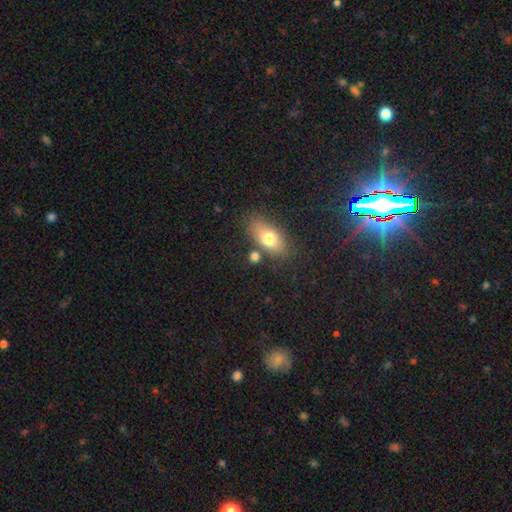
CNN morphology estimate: smooth-or-featured: smooth: 65% | featured or disk: 18% | star or artifact: 17%
  how-rounded: in between: 77% | round: 12% | cigar-shaped: 11%
  merging: none: 78% | minor disturbance: 12% | merger: 6% | major disturbance: 4%